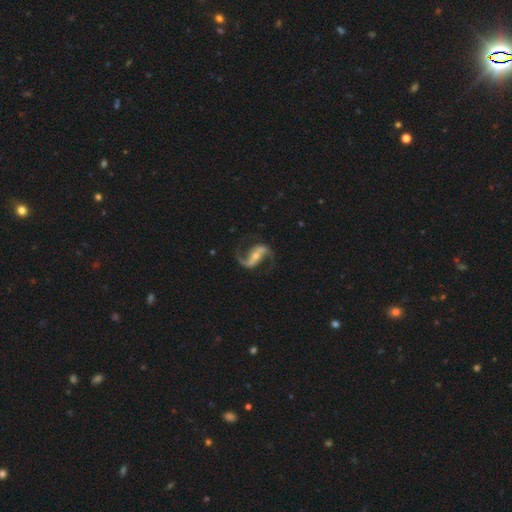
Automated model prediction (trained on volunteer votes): smooth-or-featured: featured or disk: 92% | star or artifact: 4% | smooth: 4%
  disk-edge-on: no: 97% | yes: 3%
    bar: strong: 52% | weak: 29% | no: 19%
    has-spiral-arms: yes: 97% | no: 3%
      spiral-winding: loose: 64% | medium: 30% | tight: 6%
      spiral-arm-count: 2: 94% | 1: 2% | can't tell: 1% | 3: 1% | 4: 1% | more than 4: 1%
    bulge-size: small: 49% | moderate: 45% | large: 3% | none: 2% | dominant: 1%
  merging: none: 80% | minor disturbance: 11% | major disturbance: 7% | merger: 2%